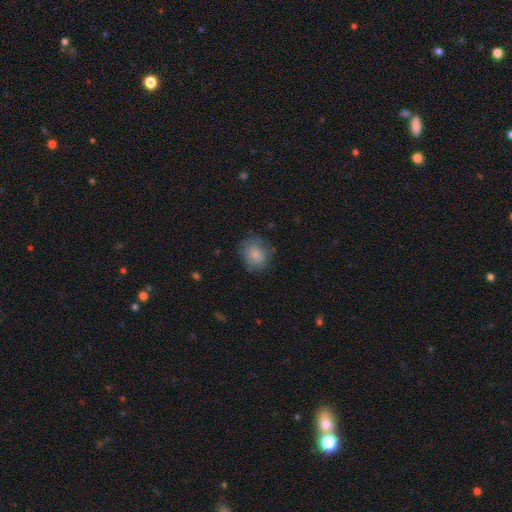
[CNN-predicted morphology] smooth 84%, star or artifact 8%, featured or disk 8%. Down the decision tree: how rounded — round (62%); merging — none (72%).